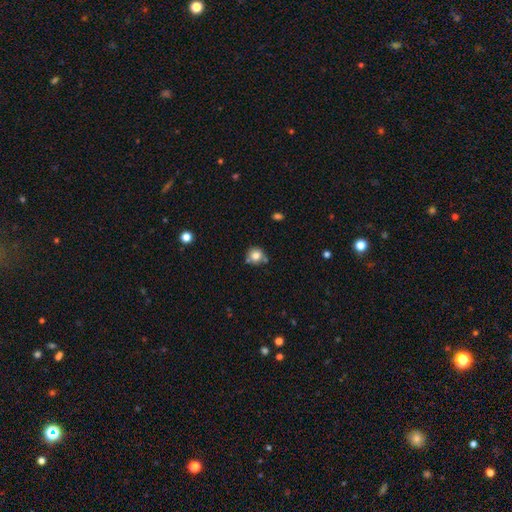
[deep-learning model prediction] Q: Smooth or featured?
A: smooth (80%); runner-up: star or artifact (11%)
Q: How rounded?
A: round (90%); runner-up: in between (9%)
Q: Merging?
A: none (68%); runner-up: minor disturbance (15%)